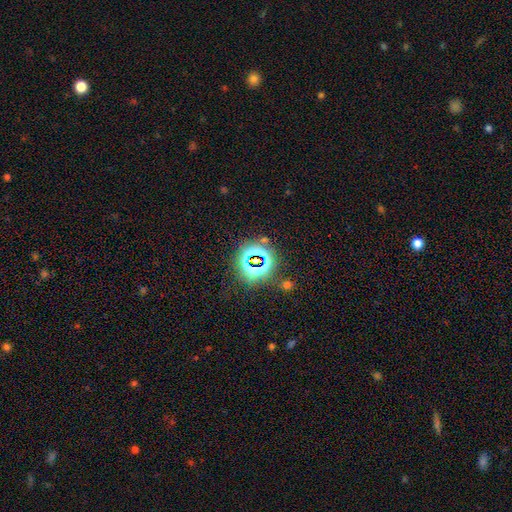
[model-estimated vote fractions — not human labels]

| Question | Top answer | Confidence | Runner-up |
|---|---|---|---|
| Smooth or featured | star or artifact | 76% | smooth (16%) |